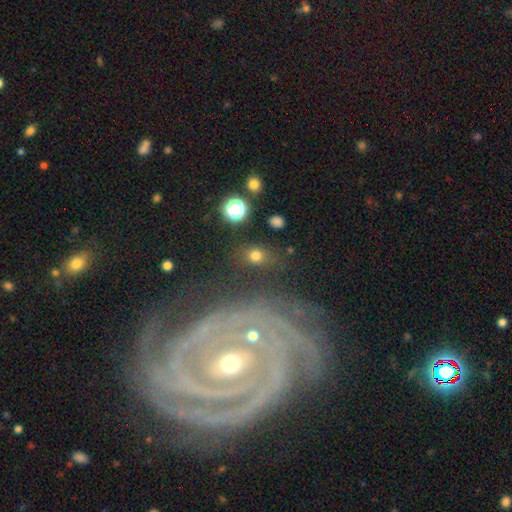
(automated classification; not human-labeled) smooth_or_featured: smooth (p=0.75) [alt: star or artifact p=0.18]
how_rounded: round (p=0.73) [alt: in between p=0.25]
merging: none (p=0.80) [alt: minor disturbance p=0.11]